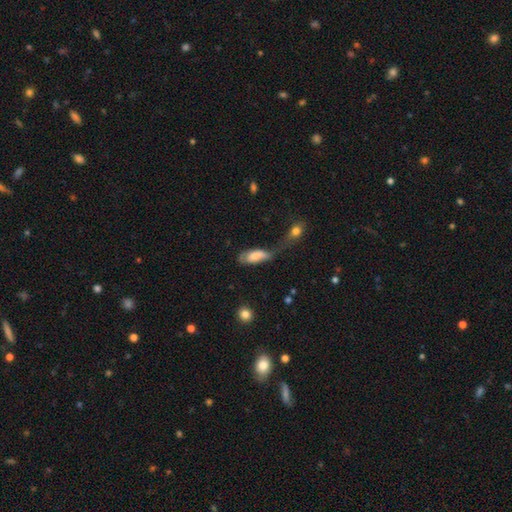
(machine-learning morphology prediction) The model was most divided on "merging": major disturbance: 30%, merger: 25%, minor disturbance: 24%, none: 21%. More confident: how rounded — in between (83%); smooth or featured — smooth (70%).